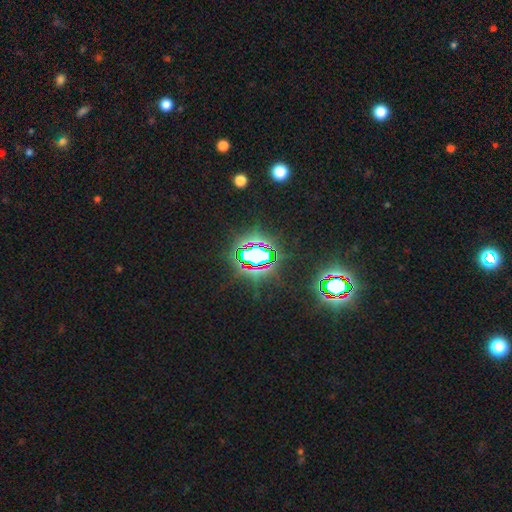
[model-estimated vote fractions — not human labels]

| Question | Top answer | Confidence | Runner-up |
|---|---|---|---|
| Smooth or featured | star or artifact | 75% | smooth (15%) |